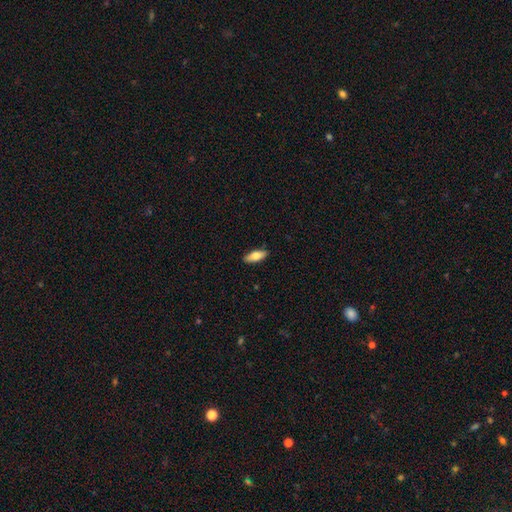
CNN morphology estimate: A smooth galaxy with no disk features (74%) that is in between round and cigar-shaped (73%). Merging: none (89%).